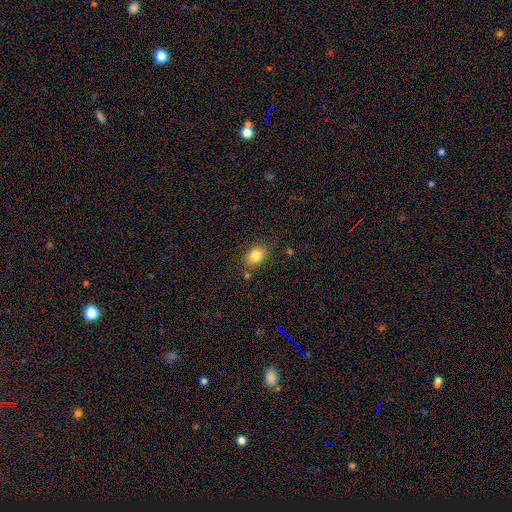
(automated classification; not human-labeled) smooth 83%, star or artifact 10%, featured or disk 7%. Down the decision tree: how rounded — in between (64%); merging — none (78%).